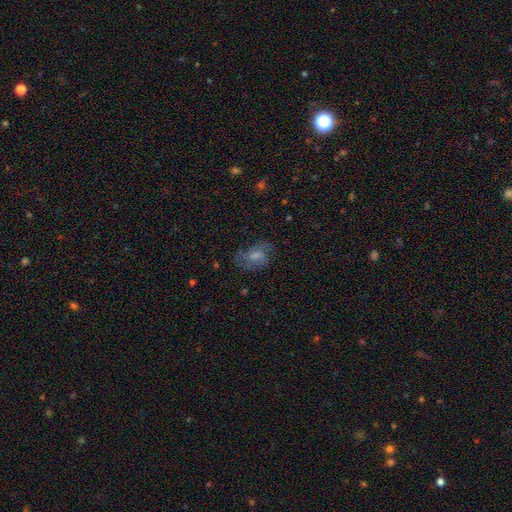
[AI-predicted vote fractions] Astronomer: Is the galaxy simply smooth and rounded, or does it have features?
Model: smooth — 53% (runner-up: featured or disk, 36%).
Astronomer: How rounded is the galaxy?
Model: in between — 79%.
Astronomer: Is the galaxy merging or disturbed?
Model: none — 56%.